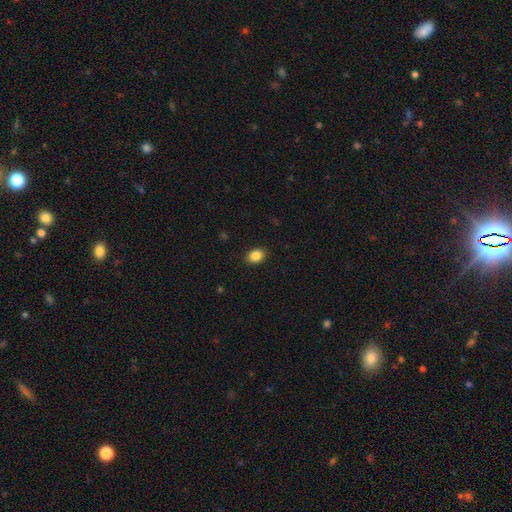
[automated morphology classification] smooth_or_featured: smooth (p=0.87) [alt: star or artifact p=0.09]
how_rounded: in between (p=0.68) [alt: round p=0.31]
merging: none (p=0.89) [alt: minor disturbance p=0.08]